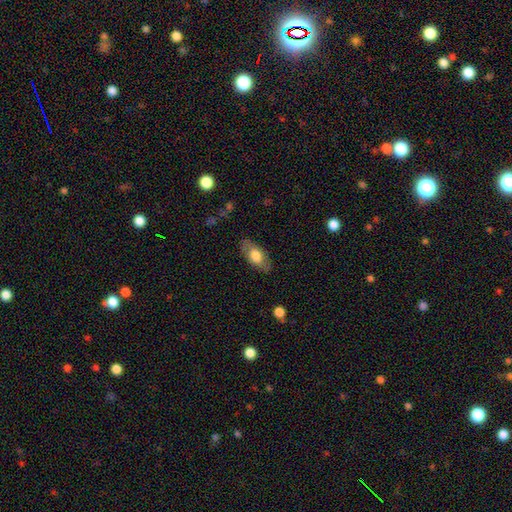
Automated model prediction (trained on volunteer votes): This is likely a smooth galaxy (67%). How rounded: clearly in between (89%). Merging: clearly none (81%).